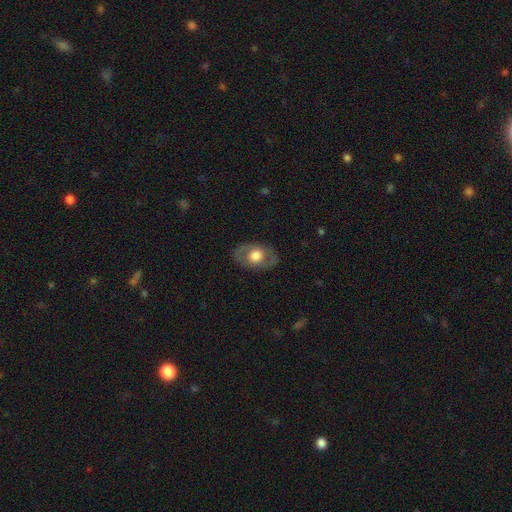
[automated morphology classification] This is possibly a smooth galaxy (50%). Merging: clearly none (81%).